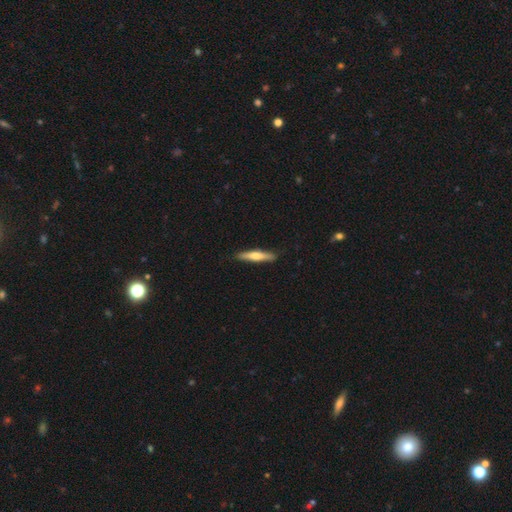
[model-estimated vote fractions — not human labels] Smooth or featured? Predicted: smooth (p=0.56). How rounded? Predicted: cigar-shaped (p=0.88). Merging? Predicted: none (p=0.88).